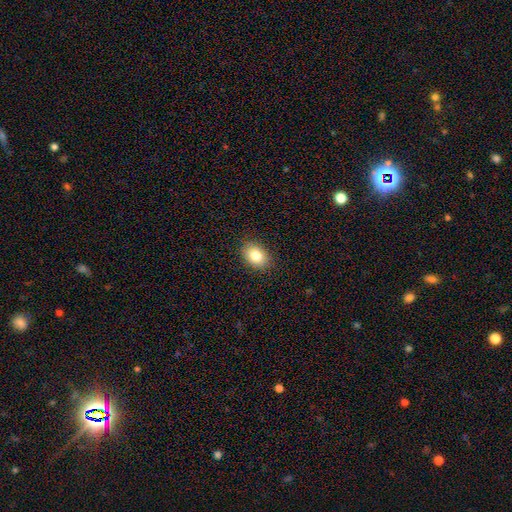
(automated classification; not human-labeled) Smooth or featured? Predicted: smooth (p=0.82). How rounded? Predicted: in between (p=0.76). Merging? Predicted: none (p=0.88).